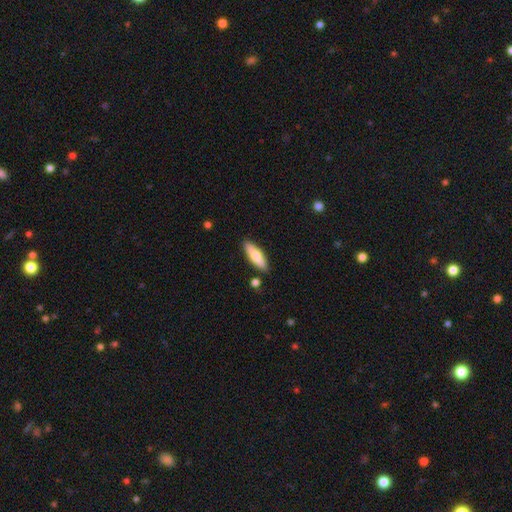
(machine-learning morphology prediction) Smooth or featured? smooth (68%)
How rounded? cigar-shaped (51%)
Merging? none (85%)